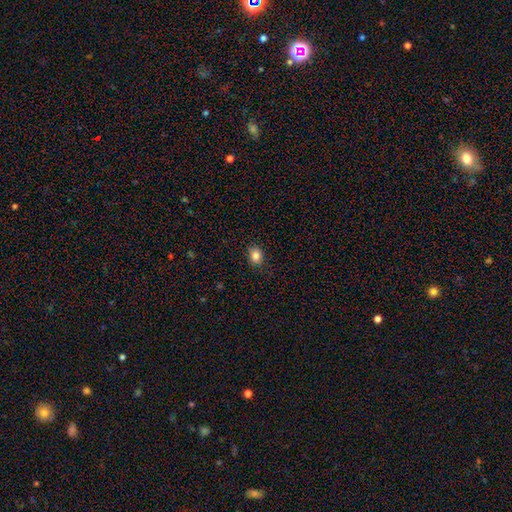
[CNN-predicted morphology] This appears to be a smooth galaxy with no disk features (84%) that is round (50%). Merging: none (85%).